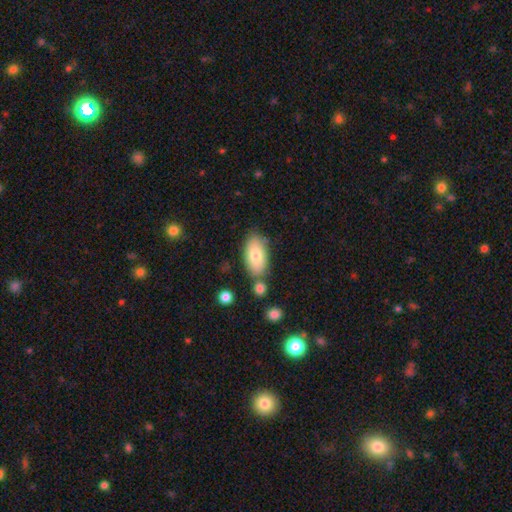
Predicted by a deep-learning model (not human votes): This is likely a smooth galaxy (77%). How rounded: clearly in between (93%). Merging: likely none (73%).